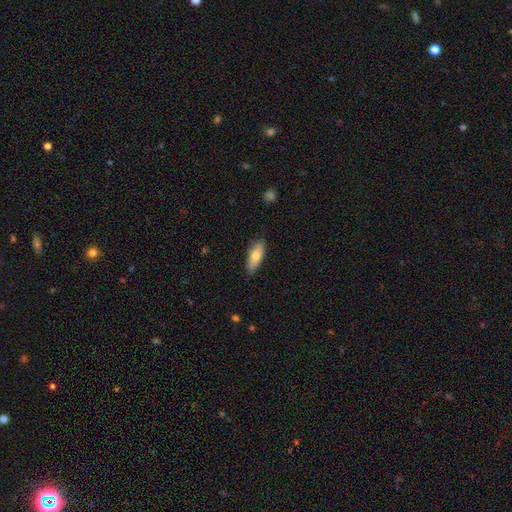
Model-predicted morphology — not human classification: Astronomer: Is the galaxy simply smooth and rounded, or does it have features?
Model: smooth — 76%.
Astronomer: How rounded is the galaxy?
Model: in between — 69%.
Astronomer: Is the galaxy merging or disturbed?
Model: none — 83%.